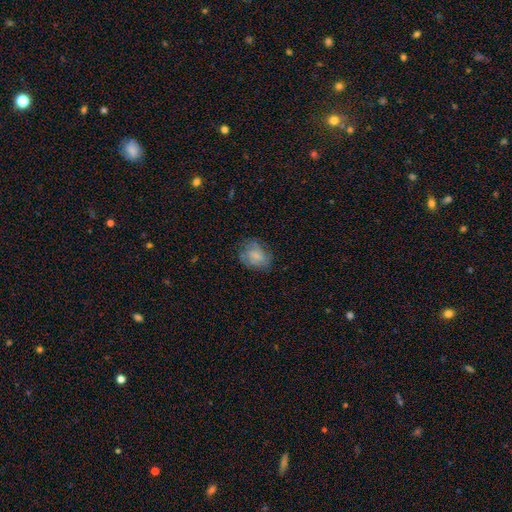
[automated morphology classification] Overall: smooth (49%; featured or disk 41%). Merging: none (70%).